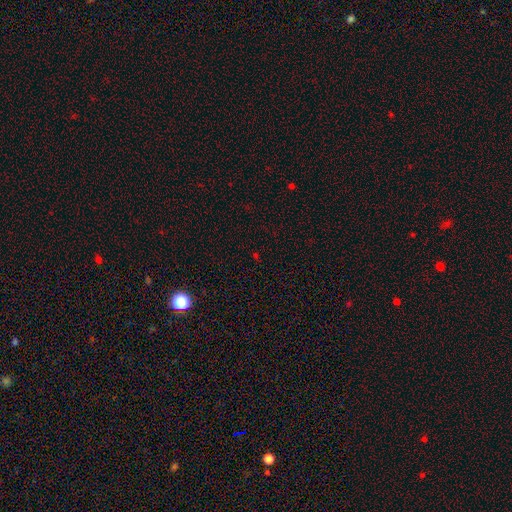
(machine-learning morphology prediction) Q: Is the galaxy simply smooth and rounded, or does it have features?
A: star or artifact — 65%.